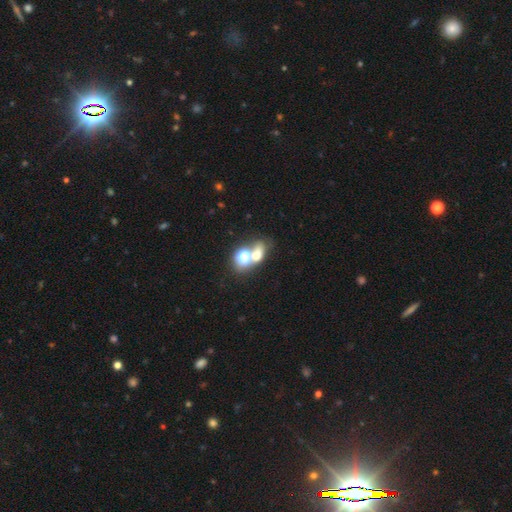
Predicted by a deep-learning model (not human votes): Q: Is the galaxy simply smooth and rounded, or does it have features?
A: smooth — 55%.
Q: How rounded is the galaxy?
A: in between — 52%.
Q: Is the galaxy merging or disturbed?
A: merger — 51%.